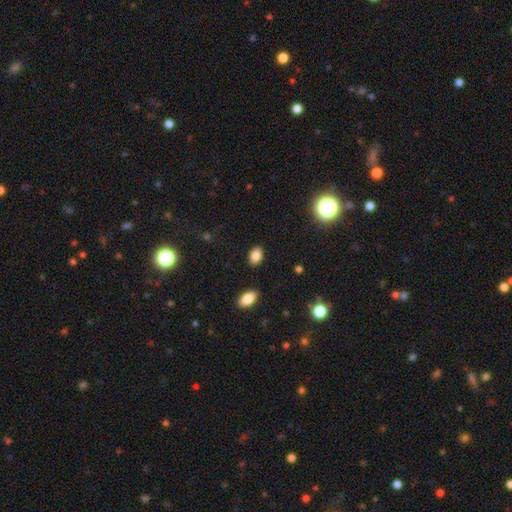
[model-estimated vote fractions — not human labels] smooth 84%, star or artifact 10%, featured or disk 6%. Down the decision tree: how rounded — in between (85%); merging — none (88%).